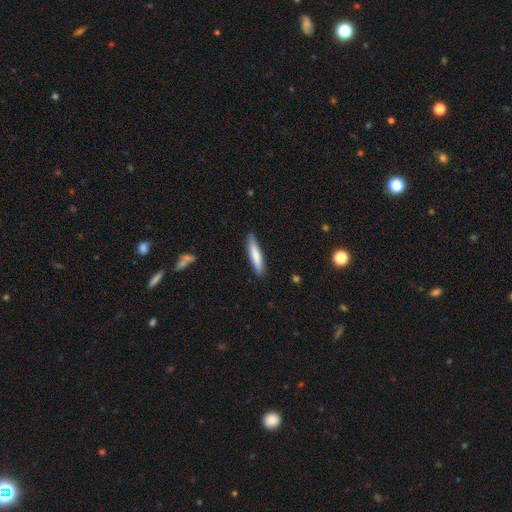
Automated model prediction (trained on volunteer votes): This appears to be a smooth galaxy with no disk features (78%) that is cigar-shaped (85%). Merging: none (88%).